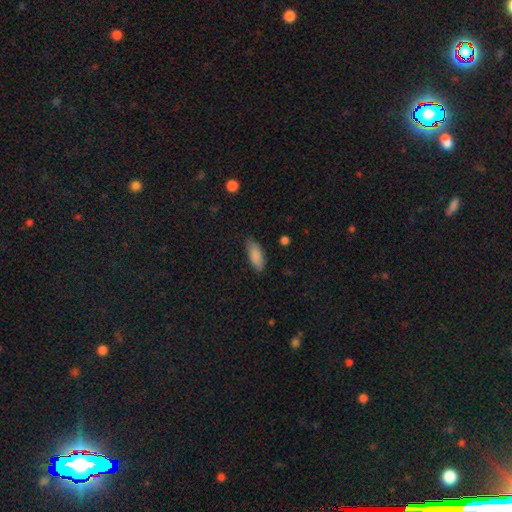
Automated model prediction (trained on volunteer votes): Morphology: type=smooth (87%); roundness=in between (82%); merging=none (79%).